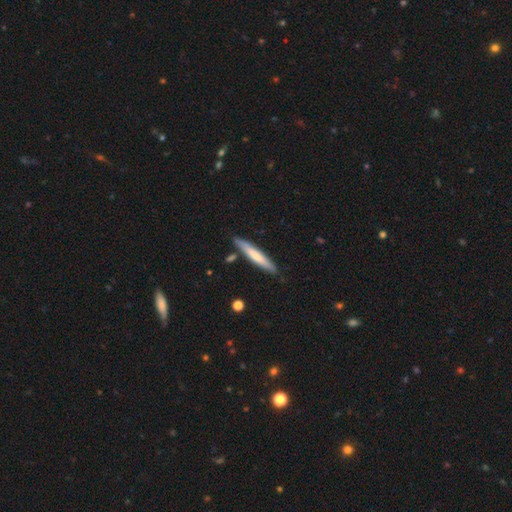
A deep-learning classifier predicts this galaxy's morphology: This is likely a smooth galaxy (64%). How rounded: clearly cigar-shaped (92%). Merging: clearly none (85%).